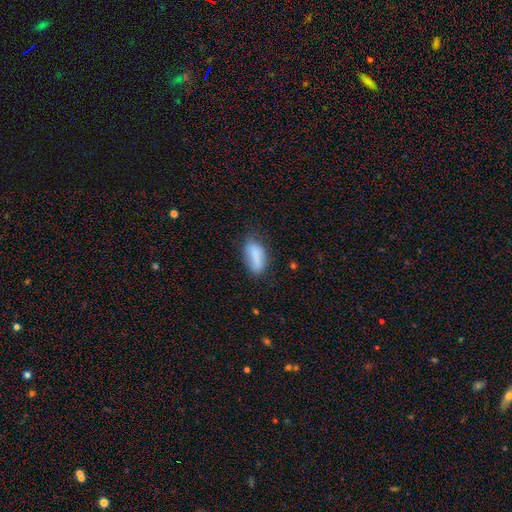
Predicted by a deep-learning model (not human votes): Morphology: type=smooth (82%); roundness=in between (83%); merging=none (60%).